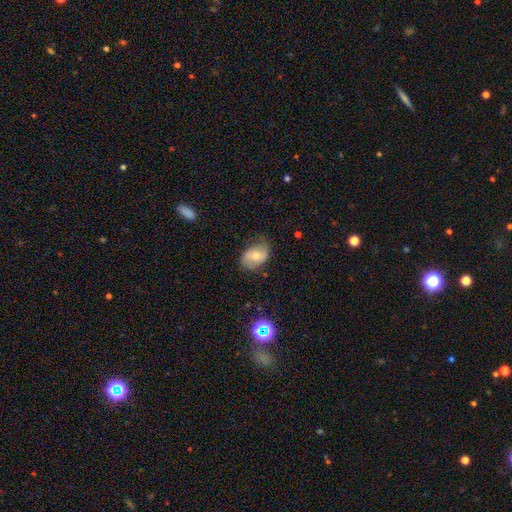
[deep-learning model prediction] Q: Smooth or featured?
A: smooth (51%); runner-up: featured or disk (40%)
Q: How rounded?
A: in between (80%); runner-up: round (19%)
Q: Merging?
A: none (63%); runner-up: minor disturbance (28%)